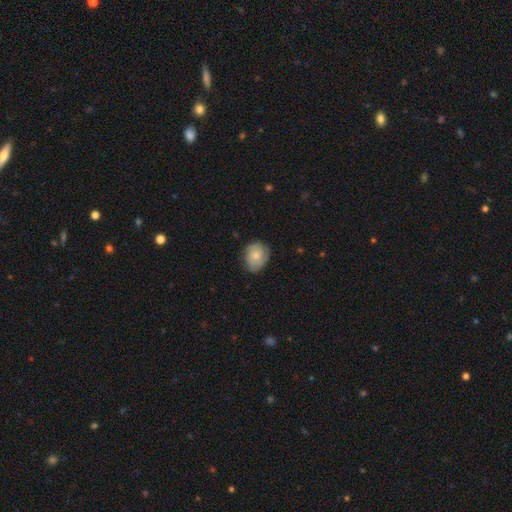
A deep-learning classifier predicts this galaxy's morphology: smooth_or_featured: smooth (p=0.57) [alt: featured or disk p=0.36]
how_rounded: round (p=0.58) [alt: in between p=0.41]
merging: none (p=0.73) [alt: minor disturbance p=0.21]